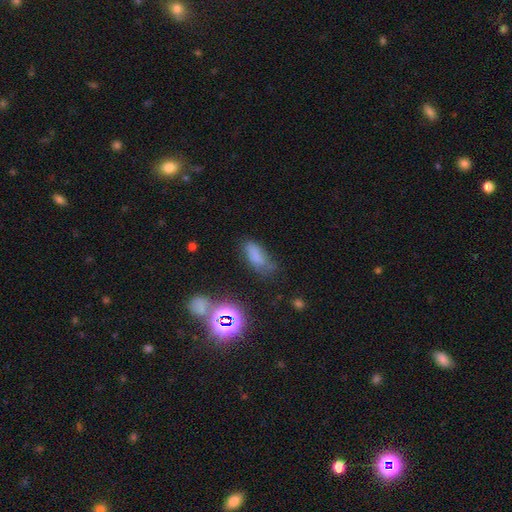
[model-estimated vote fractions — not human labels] Smooth or featured: smooth — 66% (star or artifact — 18%)
How rounded: in between — 82% (cigar-shaped — 13%)
Merging: none — 46% (minor disturbance — 32%)